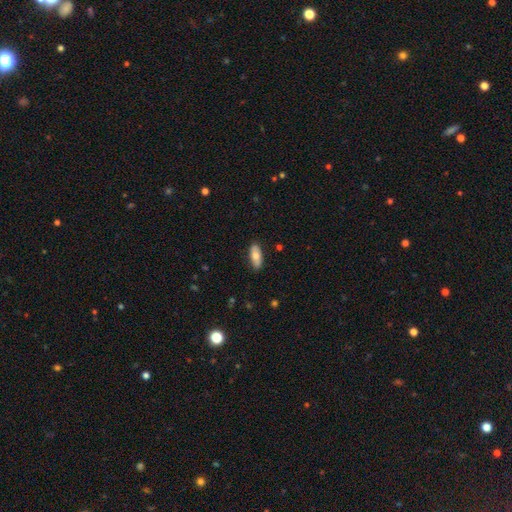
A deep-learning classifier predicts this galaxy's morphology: smooth-or-featured: smooth: 69% | featured or disk: 25% | star or artifact: 6%
  how-rounded: in between: 79% | cigar-shaped: 19% | round: 3%
  merging: none: 86% | minor disturbance: 11% | major disturbance: 2% | merger: 1%